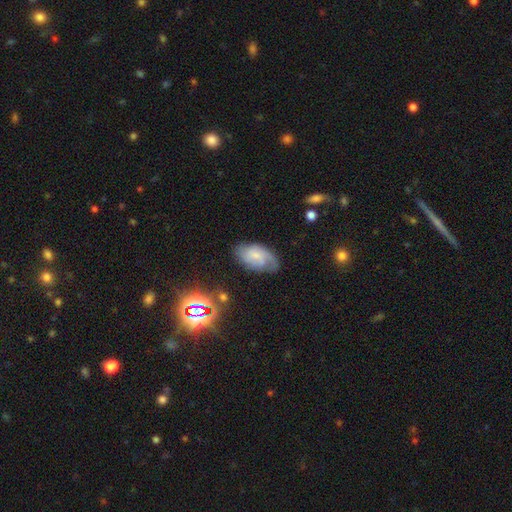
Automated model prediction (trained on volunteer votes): Morphology: type=featured or disk (53%); edge-on=no (95%); bar=no (59%); spiral arms=yes (86%); bulge=small (55%); merging=none (60%).